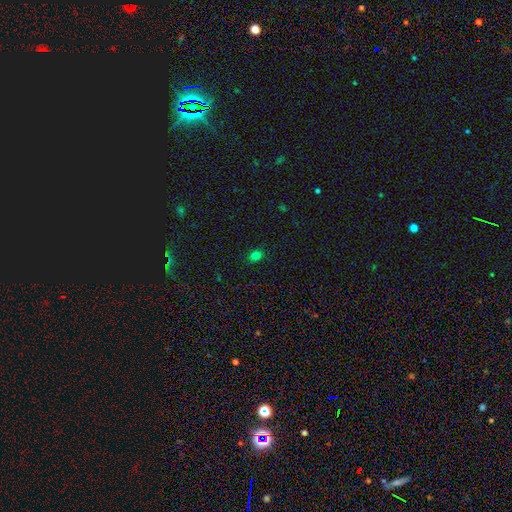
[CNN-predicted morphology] smooth_or_featured: smooth (p=0.78) [alt: star or artifact p=0.17]
how_rounded: in between (p=0.52) [alt: round p=0.46]
merging: none (p=0.88) [alt: minor disturbance p=0.09]